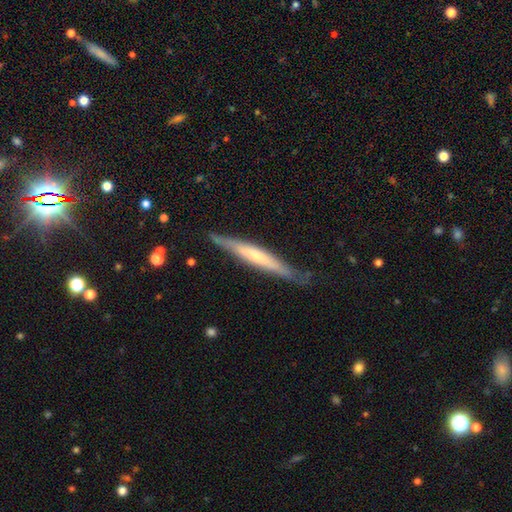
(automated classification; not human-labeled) This appears to be a featured or disk galaxy (55%) viewed edge-on (92%) with no central bulge (48%). Merging: none (80%).